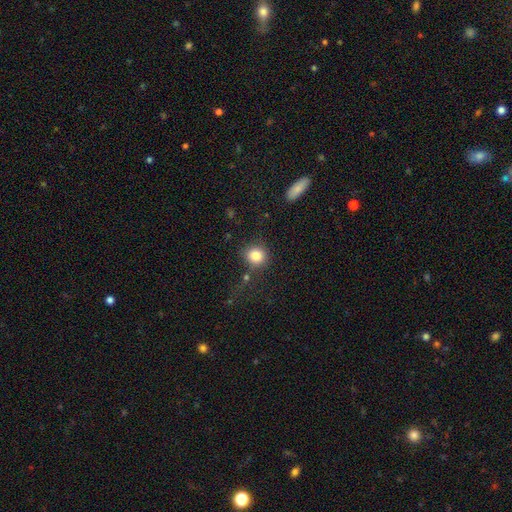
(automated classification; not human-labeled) Smooth or featured: smooth — 83% (star or artifact — 10%)
How rounded: round — 84% (in between — 15%)
Merging: none — 77% (minor disturbance — 12%)